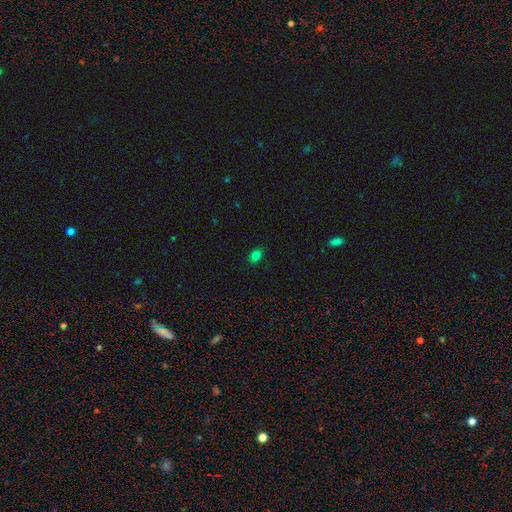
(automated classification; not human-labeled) smooth-or-featured: smooth: 81% | star or artifact: 13% | featured or disk: 6%
  how-rounded: in between: 74% | round: 25% | cigar-shaped: 1%
  merging: none: 88% | minor disturbance: 9% | major disturbance: 2% | merger: 1%